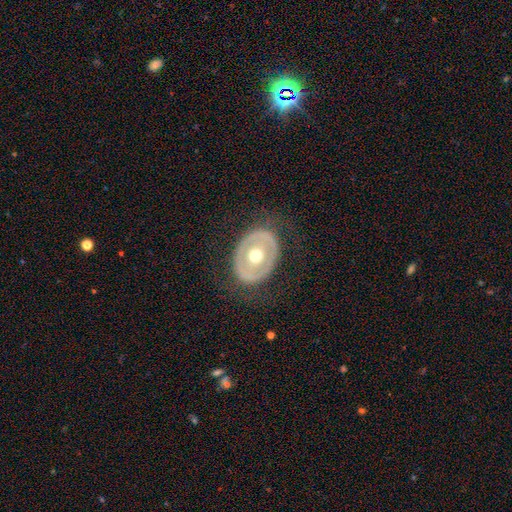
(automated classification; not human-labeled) smooth-or-featured: featured or disk: 61% | smooth: 34% | star or artifact: 5%
  disk-edge-on: no: 92% | yes: 8%
    bar: no: 84% | weak: 10% | strong: 6%
    has-spiral-arms: no: 90% | yes: 10%
    bulge-size: moderate: 77% | small: 13% | large: 8% | dominant: 1% | none: 1%
  merging: none: 77% | minor disturbance: 13% | major disturbance: 8% | merger: 1%